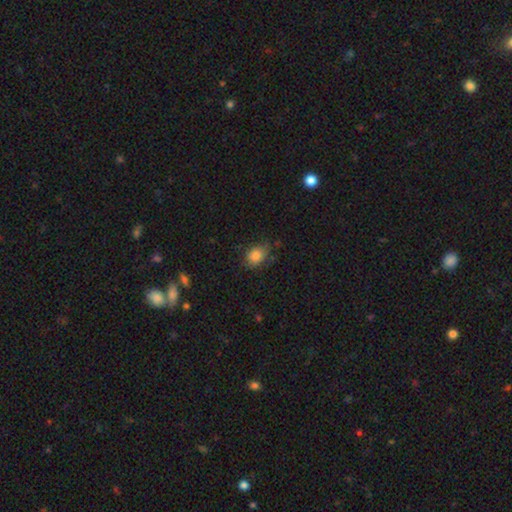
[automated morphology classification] The model was most divided on "how rounded": in between: 66%, round: 33%, cigar-shaped: 1%. More confident: smooth or featured — smooth (83%); merging — none (65%).